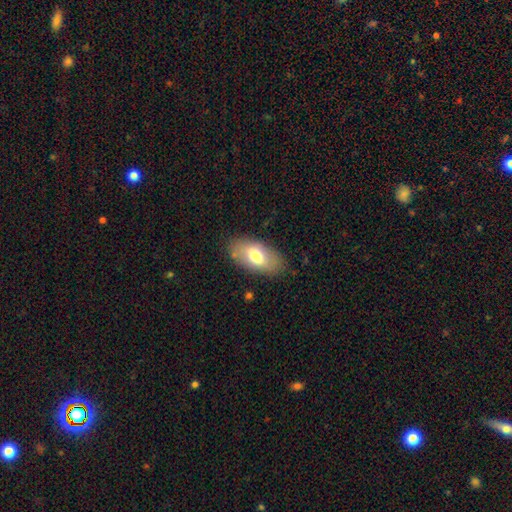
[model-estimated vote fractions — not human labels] A smooth galaxy with no disk features (69%) that is in between round and cigar-shaped (92%).

Vote fractions:
- Smooth or featured? smooth: 69% / featured or disk: 25% / star or artifact: 7%
- How rounded? in between: 92% / round: 4% / cigar-shaped: 4%
- Merging? none: 81% / minor disturbance: 14% / major disturbance: 4% / merger: 1%